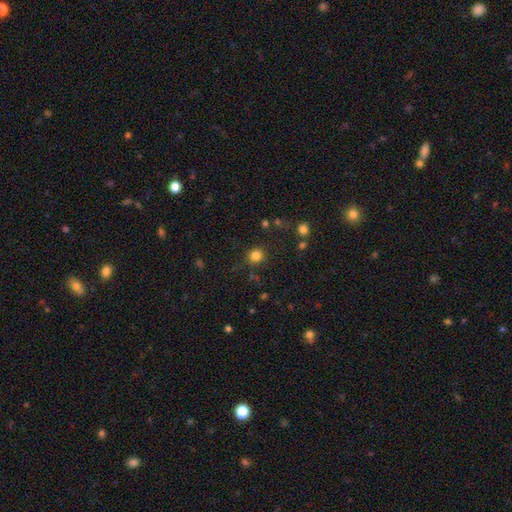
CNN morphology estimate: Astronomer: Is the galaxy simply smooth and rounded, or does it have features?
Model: smooth — 82%.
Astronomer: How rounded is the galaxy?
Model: round — 90%.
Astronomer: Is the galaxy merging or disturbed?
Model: none — 84%.